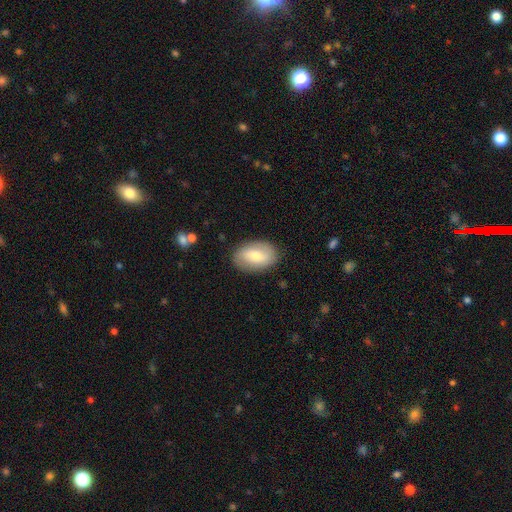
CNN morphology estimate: This is possibly a smooth galaxy (58%). How rounded: clearly in between (88%). Merging: clearly none (84%).